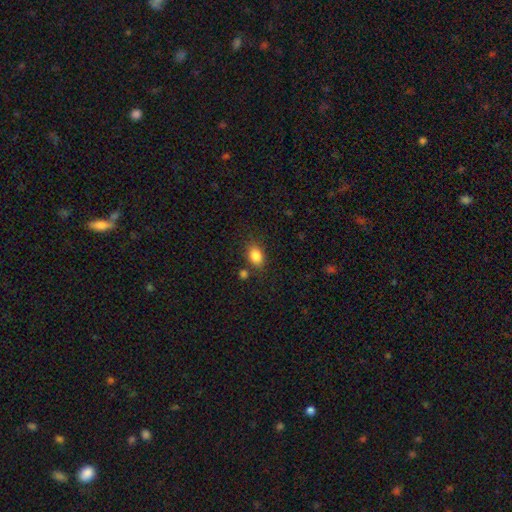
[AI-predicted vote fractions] Smooth or featured: smooth — 84% (star or artifact — 10%)
How rounded: in between — 71% (round — 28%)
Merging: none — 74% (minor disturbance — 15%)